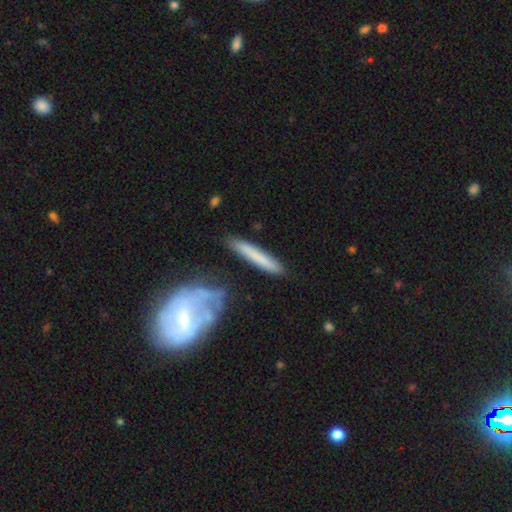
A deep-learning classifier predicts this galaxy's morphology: Overall: smooth (62%; featured or disk 33%). How rounded: cigar-shaped (93%). Merging: none (77%).